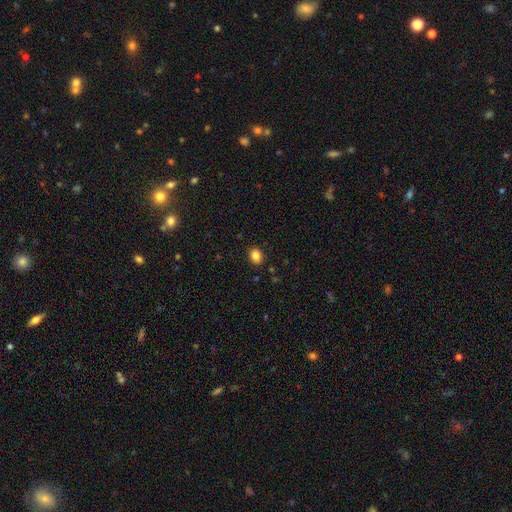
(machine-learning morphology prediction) smooth 86%, star or artifact 10%, featured or disk 4%. Down the decision tree: how rounded — in between (57%); merging — none (89%).